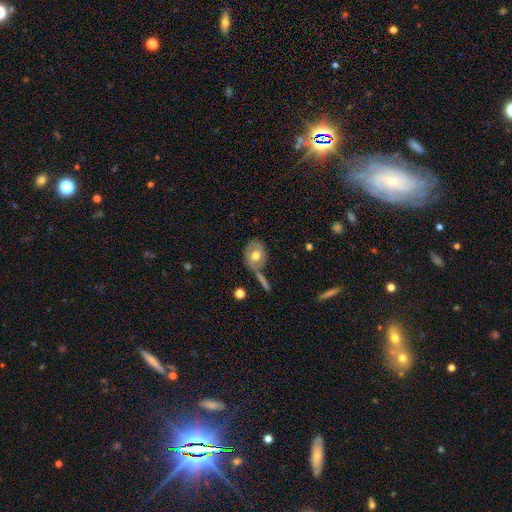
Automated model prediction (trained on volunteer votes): smooth 55%, featured or disk 38%, star or artifact 7%. Down the decision tree: how rounded — in between (54%); merging — none (56%).